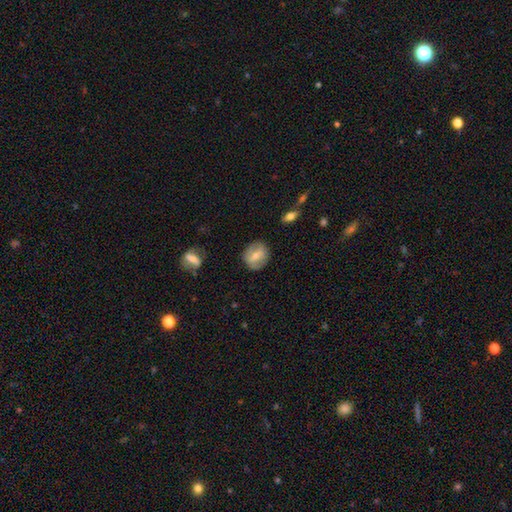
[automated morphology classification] Smooth or featured?
  - smooth: 48% *
  - featured or disk: 44%
  - star or artifact: 8%
Merging?
  - none: 79% *
  - minor disturbance: 15%
  - major disturbance: 4%
  - merger: 1%